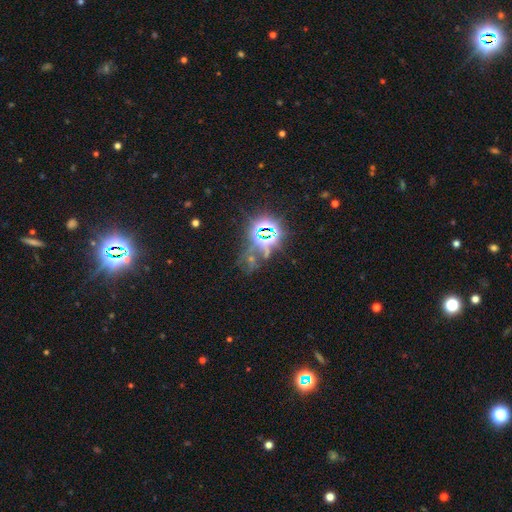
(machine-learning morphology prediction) smooth_or_featured: star or artifact (p=0.79) [alt: smooth p=0.13]